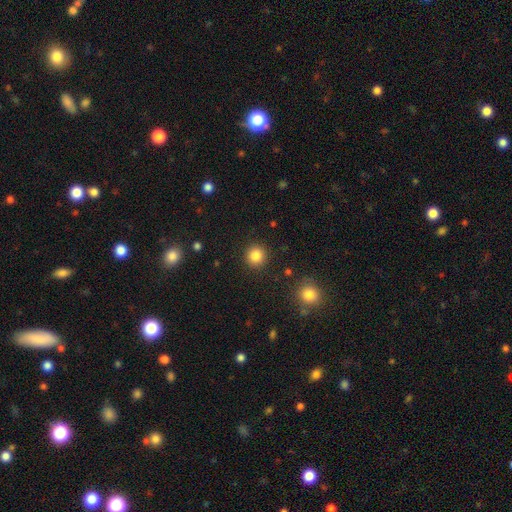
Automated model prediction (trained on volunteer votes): smooth_or_featured: smooth (p=0.84) [alt: star or artifact p=0.11]
how_rounded: round (p=0.93) [alt: in between p=0.06]
merging: none (p=0.91) [alt: minor disturbance p=0.06]